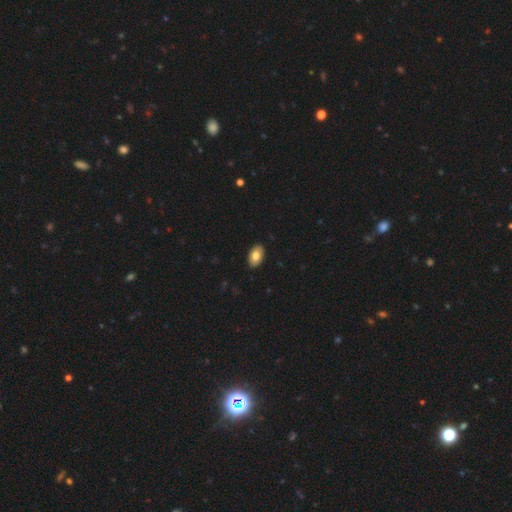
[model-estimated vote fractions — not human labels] smooth 81%, featured or disk 12%, star or artifact 7%. Down the decision tree: how rounded — in between (93%); merging — none (90%).